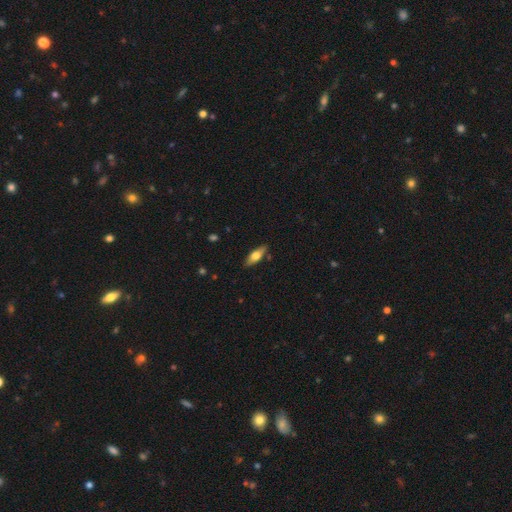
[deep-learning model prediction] Q: Smooth or featured?
A: smooth (58%); runner-up: featured or disk (36%)
Q: How rounded?
A: in between (64%); runner-up: cigar-shaped (34%)
Q: Merging?
A: none (85%); runner-up: minor disturbance (11%)